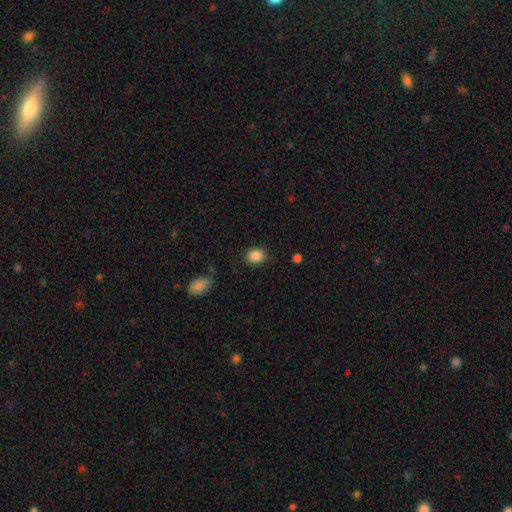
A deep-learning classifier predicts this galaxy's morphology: type=smooth (87%); roundness=round (53%); merging=none (85%).